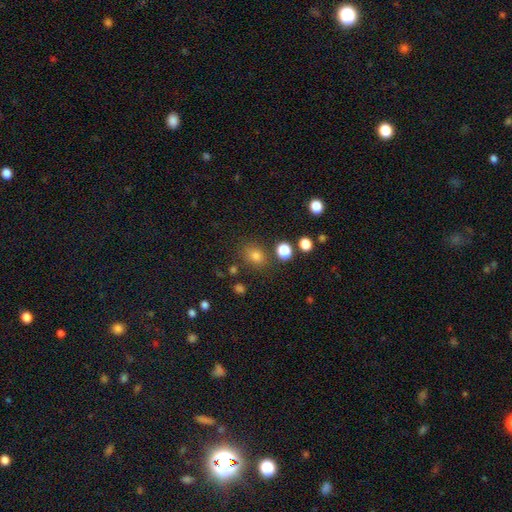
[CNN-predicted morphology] This is likely a smooth galaxy (77%). How rounded: possibly round (56%). Merging: likely none (79%).